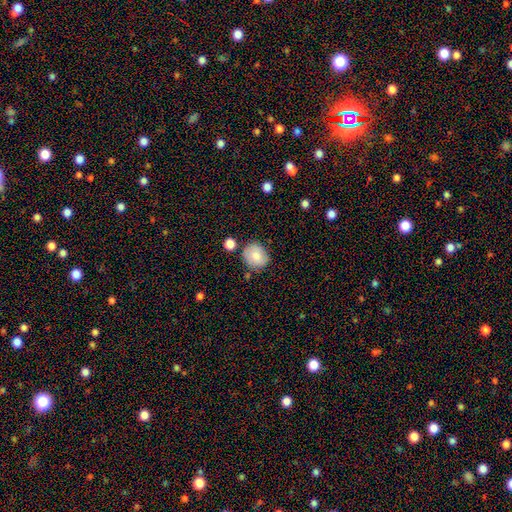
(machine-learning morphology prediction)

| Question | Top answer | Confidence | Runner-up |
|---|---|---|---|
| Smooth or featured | smooth | 77% | featured or disk (15%) |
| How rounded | round | 74% | in between (25%) |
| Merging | none | 75% | minor disturbance (16%) |